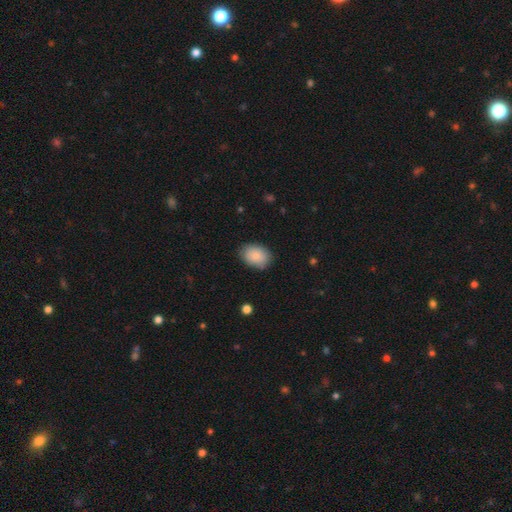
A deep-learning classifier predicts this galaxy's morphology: Q: Smooth or featured?
A: smooth (85%); runner-up: featured or disk (8%)
Q: How rounded?
A: in between (74%); runner-up: round (26%)
Q: Merging?
A: none (82%); runner-up: minor disturbance (14%)